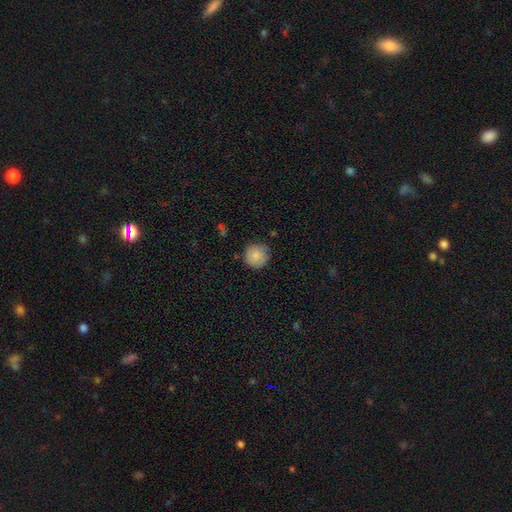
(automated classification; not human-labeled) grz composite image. It shows a smooth galaxy with no disk features (86%) that is round (95%). Merging: none (85%).